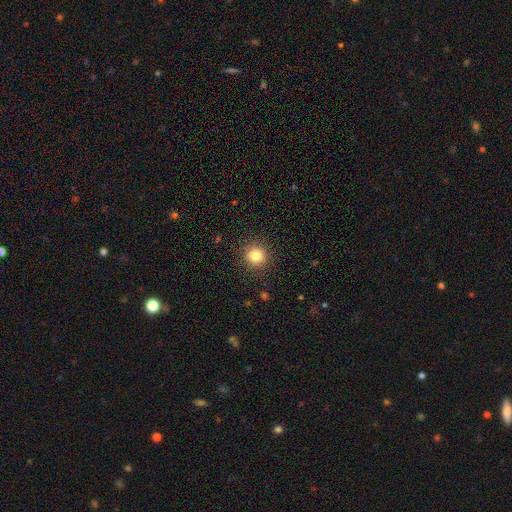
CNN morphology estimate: A smooth galaxy with no disk features (82%) that is round (94%).

Vote fractions:
- Smooth or featured? smooth: 82% / star or artifact: 12% / featured or disk: 6%
- How rounded? round: 94% / in between: 6% / cigar-shaped: 1%
- Merging? none: 92% / minor disturbance: 5% / major disturbance: 2% / merger: 1%